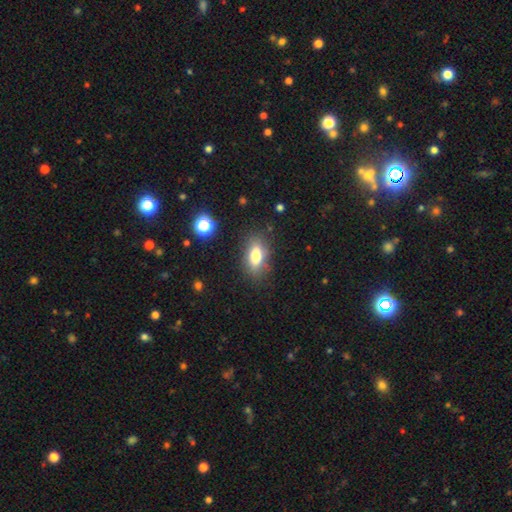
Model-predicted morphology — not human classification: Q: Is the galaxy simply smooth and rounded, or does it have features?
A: smooth — 77%.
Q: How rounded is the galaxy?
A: in between — 84%.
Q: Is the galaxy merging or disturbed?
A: none — 80%.